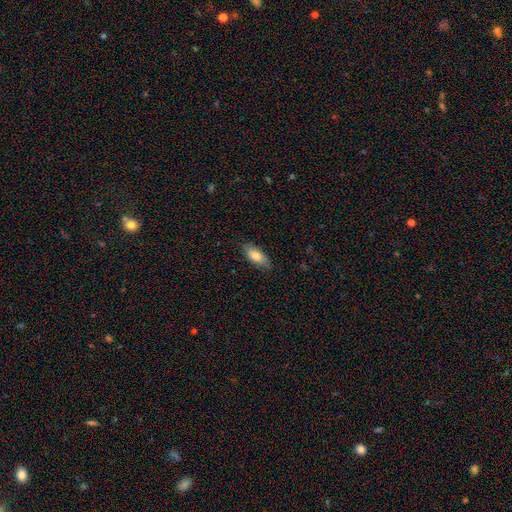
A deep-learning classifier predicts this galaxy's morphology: This appears to be a smooth galaxy with no disk features (79%) that is in between round and cigar-shaped (85%). Merging: none (83%).